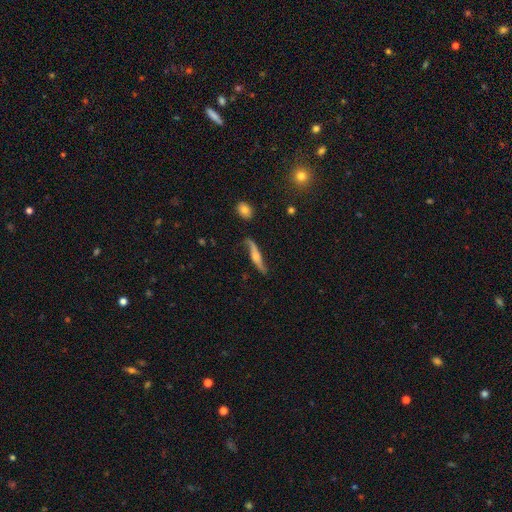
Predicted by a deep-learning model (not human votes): Smooth or featured: featured or disk — 69% (smooth — 24%)
Edge-on disk: yes — 54% (no — 46%)
Merging: none — 65% (minor disturbance — 23%)